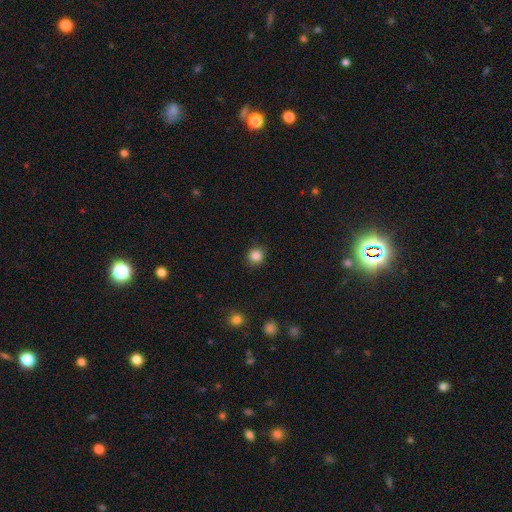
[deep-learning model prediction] Overall: smooth (86%). How rounded: round (93%). Merging: none (91%).